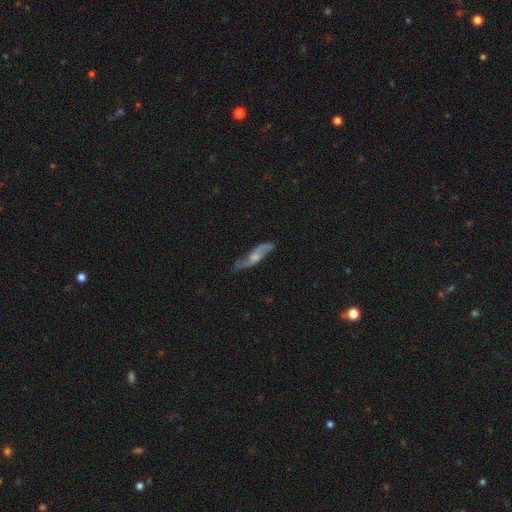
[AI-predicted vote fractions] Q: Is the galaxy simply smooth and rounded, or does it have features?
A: featured or disk — 71%.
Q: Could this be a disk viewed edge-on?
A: no — 68%.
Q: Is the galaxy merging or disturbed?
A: none — 73%.